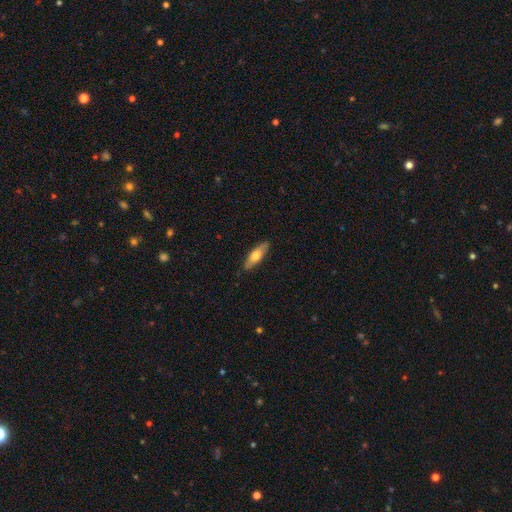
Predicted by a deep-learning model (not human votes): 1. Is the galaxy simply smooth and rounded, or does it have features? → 61% smooth, 34% featured or disk, 5% star or artifact.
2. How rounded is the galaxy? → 53% in between, 45% cigar-shaped, 2% round.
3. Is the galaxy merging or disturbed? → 86% none, 11% minor disturbance, 2% major disturbance, 1% merger.